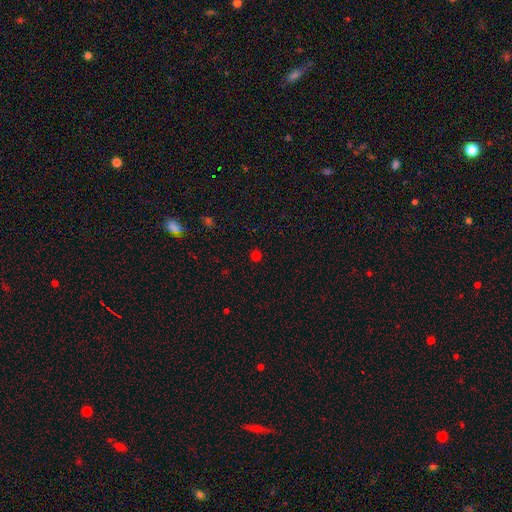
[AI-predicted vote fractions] Smooth or featured: smooth — 70% (star or artifact — 26%)
How rounded: round — 91% (in between — 8%)
Merging: none — 89% (minor disturbance — 7%)